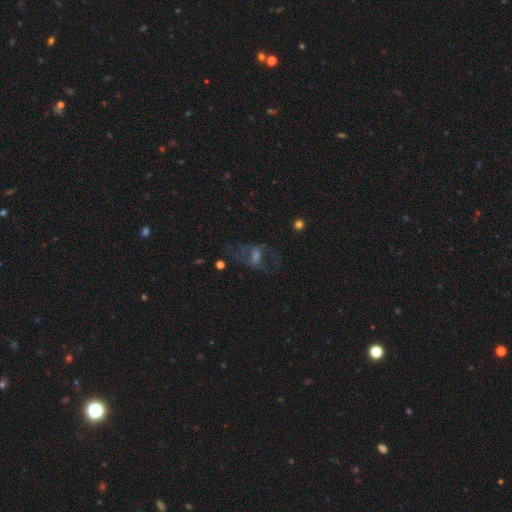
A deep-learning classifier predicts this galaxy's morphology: Q: Smooth or featured?
A: featured or disk (52%); runner-up: smooth (26%)
Q: Edge-on disk?
A: no (92%); runner-up: yes (8%)
Q: Merging?
A: none (49%); runner-up: major disturbance (31%)